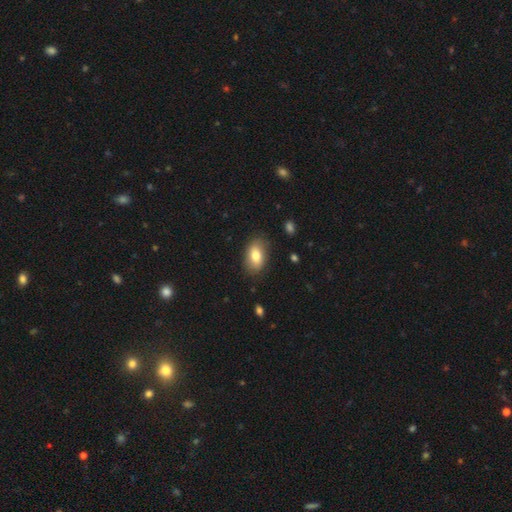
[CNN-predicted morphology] This is likely a smooth galaxy (77%). How rounded: clearly in between (89%). Merging: clearly none (83%).